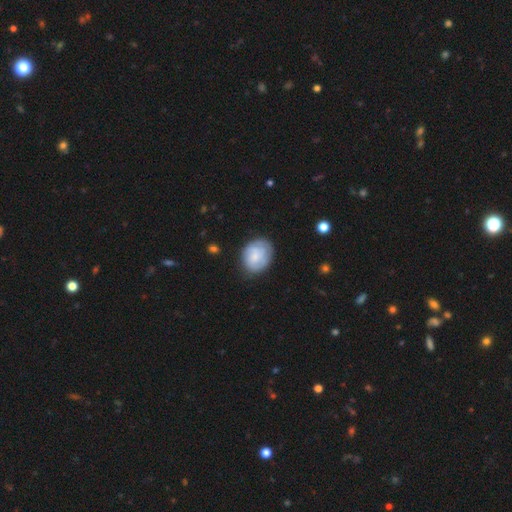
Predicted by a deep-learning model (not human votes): Overall: smooth (57%; featured or disk 36%). How rounded: round (50%; in between 49%). Merging: none (71%).